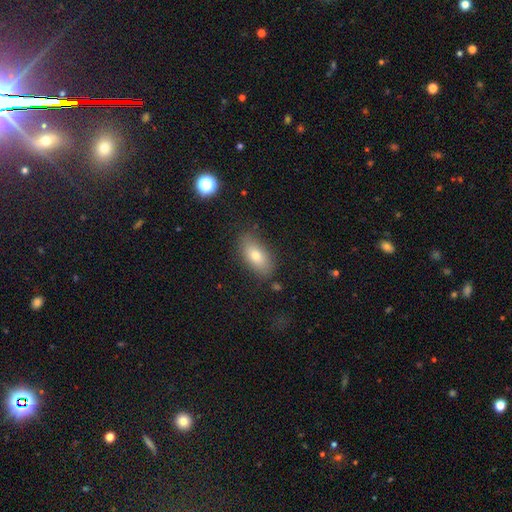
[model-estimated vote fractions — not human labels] The model was most divided on "smooth or featured": smooth: 73%, featured or disk: 18%, star or artifact: 9%. More confident: how rounded — in between (86%); merging — none (80%).